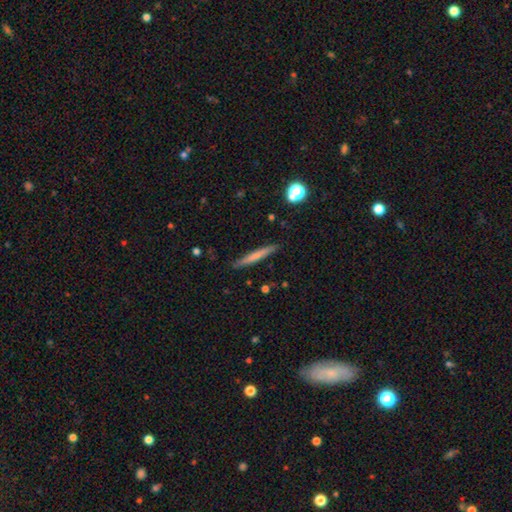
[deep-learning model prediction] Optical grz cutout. It shows a smooth galaxy with no disk features (61%) that is cigar-shaped (95%). Merging: none (89%).